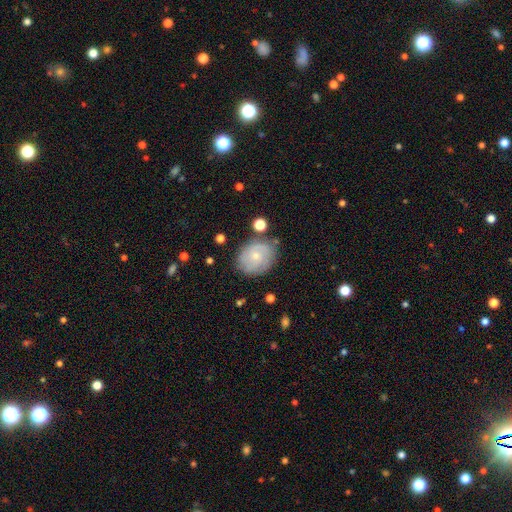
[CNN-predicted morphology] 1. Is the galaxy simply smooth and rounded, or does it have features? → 56% featured or disk, 37% smooth, 8% star or artifact.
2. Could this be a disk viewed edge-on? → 97% no, 3% yes.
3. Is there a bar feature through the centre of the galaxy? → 77% no, 21% weak, 3% strong.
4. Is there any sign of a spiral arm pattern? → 83% yes, 17% no.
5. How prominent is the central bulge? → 70% small, 26% moderate, 3% none, 1% large, 1% dominant.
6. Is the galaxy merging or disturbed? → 73% none, 18% minor disturbance, 5% major disturbance, 3% merger.